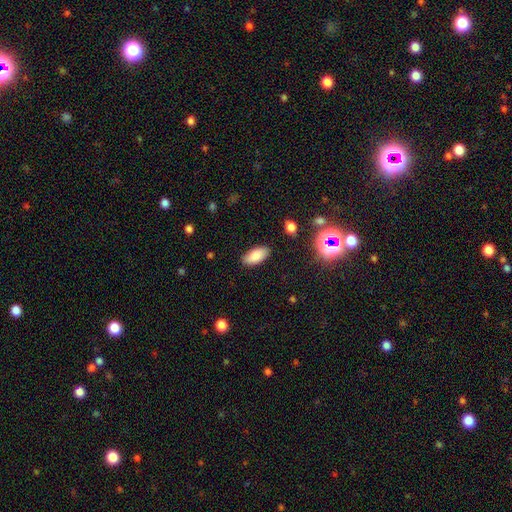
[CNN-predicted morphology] Smooth or featured? Predicted: smooth (p=0.83). How rounded? Predicted: in between (p=0.90). Merging? Predicted: none (p=0.86).